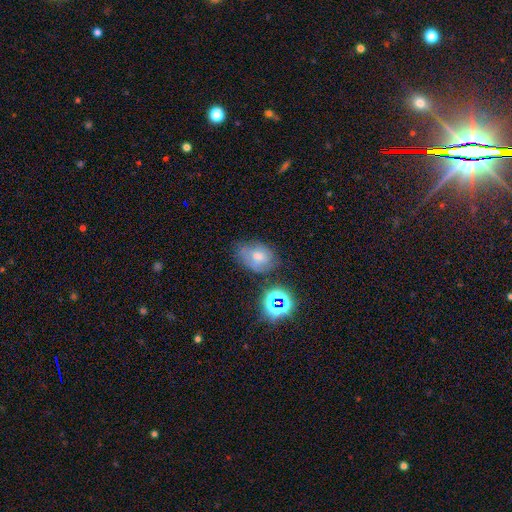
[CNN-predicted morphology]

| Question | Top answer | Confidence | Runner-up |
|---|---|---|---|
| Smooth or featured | smooth | 53% | featured or disk (27%) |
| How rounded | in between | 66% | round (33%) |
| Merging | none | 52% | minor disturbance (29%) |